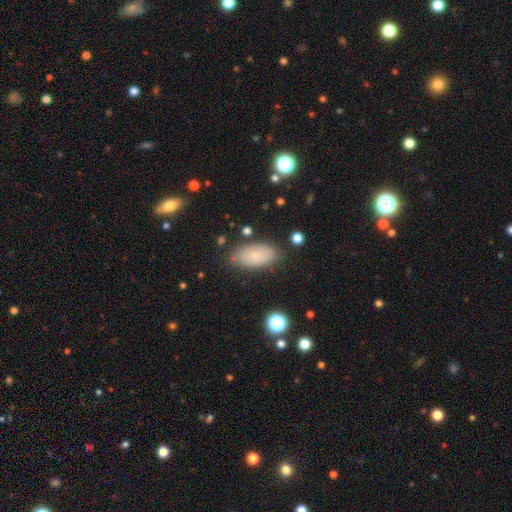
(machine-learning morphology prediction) Q: Smooth or featured?
A: smooth (77%); runner-up: featured or disk (14%)
Q: How rounded?
A: in between (92%); runner-up: cigar-shaped (5%)
Q: Merging?
A: none (81%); runner-up: minor disturbance (13%)